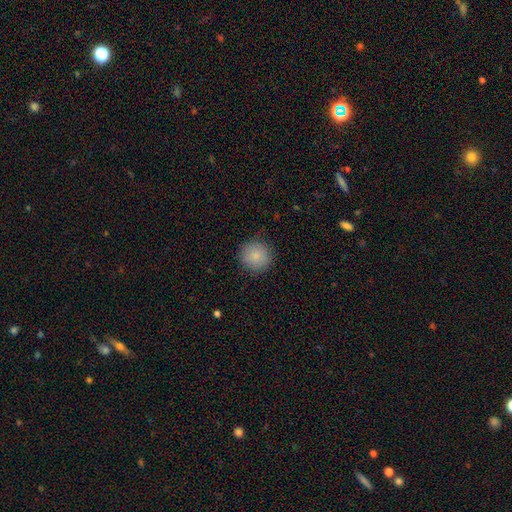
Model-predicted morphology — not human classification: Q: Smooth or featured?
A: smooth (86%); runner-up: star or artifact (8%)
Q: How rounded?
A: round (94%); runner-up: in between (6%)
Q: Merging?
A: none (86%); runner-up: minor disturbance (10%)